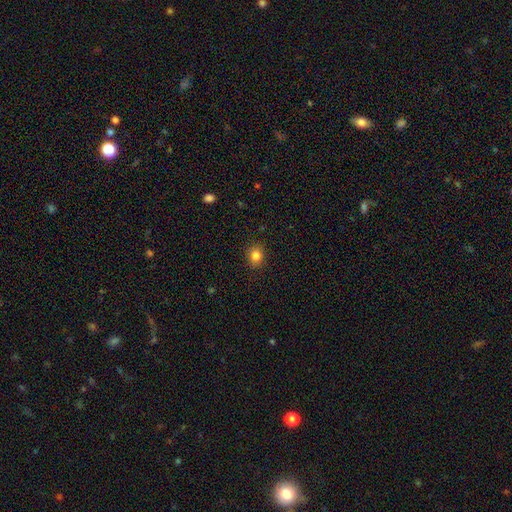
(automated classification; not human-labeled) This is clearly a smooth galaxy (84%). How rounded: likely round (68%). Merging: clearly none (89%).